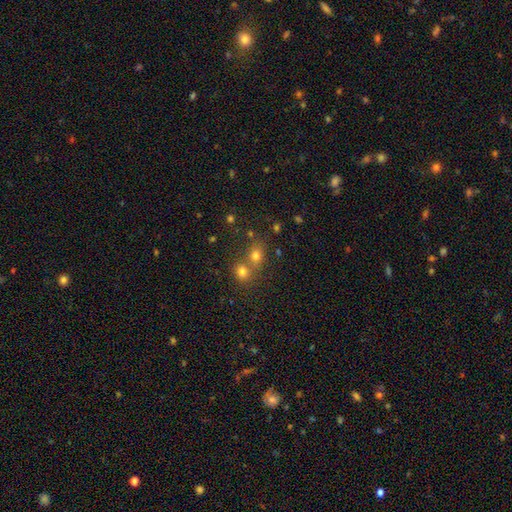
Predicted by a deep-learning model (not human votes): smooth 73%, star or artifact 18%, featured or disk 10%. Down the decision tree: how rounded — round (63%); merging — none (45%, tied with merger).